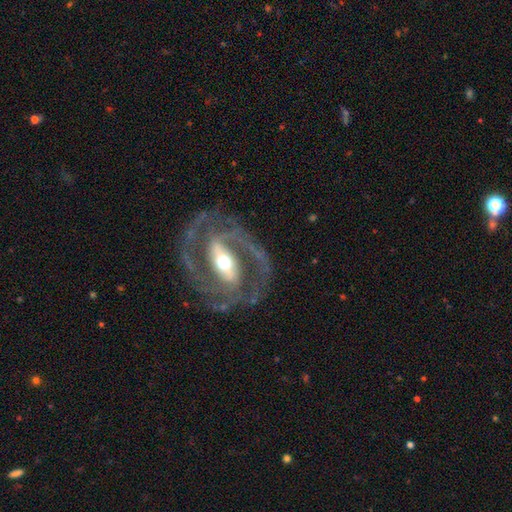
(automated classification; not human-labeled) smooth-or-featured: featured or disk: 90% | smooth: 6% | star or artifact: 4%
  disk-edge-on: no: 95% | yes: 5%
    bar: strong: 61% | weak: 25% | no: 14%
    has-spiral-arms: yes: 91% | no: 9%
      spiral-winding: tight: 48% | medium: 43% | loose: 9%
      spiral-arm-count: 2: 86% | can't tell: 5% | 3: 4% | 1: 3% | 4: 1% | more than 4: 1%
    bulge-size: moderate: 61% | small: 29% | large: 8% | dominant: 1% | none: 1%
  merging: none: 80% | minor disturbance: 12% | major disturbance: 7% | merger: 1%